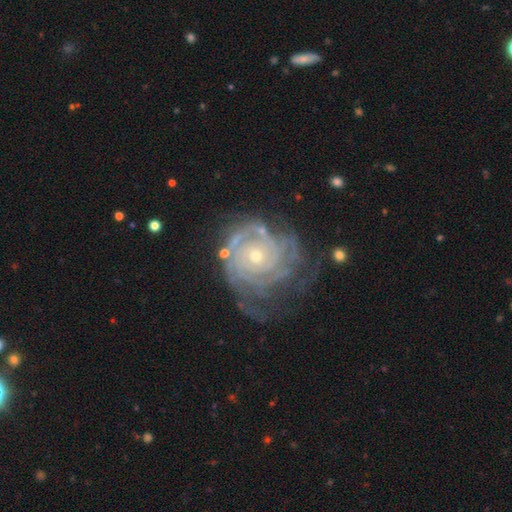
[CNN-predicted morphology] Overall: featured or disk (88%). Edge-on disk: no (97%). Bar: no (81%). Spiral arms: yes (96%). Spiral arm count: can't tell (33%; 4 19%). Spiral winding: tight (80%). Bulge size: small (65%; moderate 31%). Merging: none (57%; minor disturbance 23%).